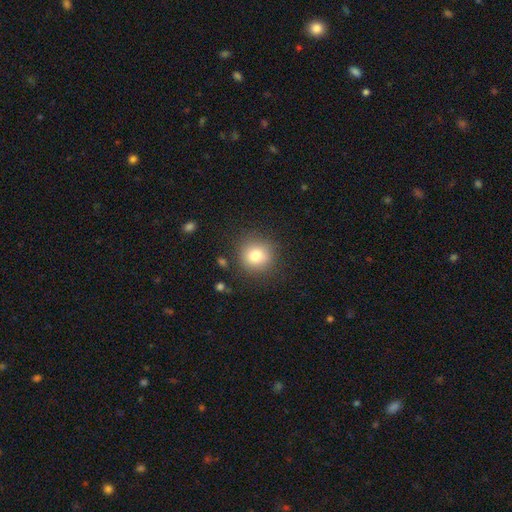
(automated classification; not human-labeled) Smooth or featured? smooth (79%)
How rounded? round (92%)
Merging? none (86%)